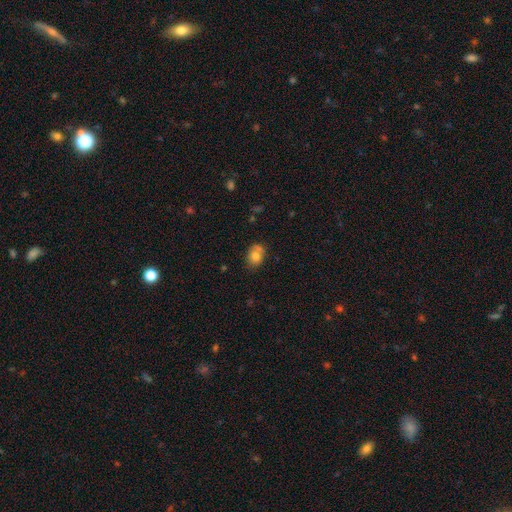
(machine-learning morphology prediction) The model was most divided on "how rounded": in between: 59%, round: 40%, cigar-shaped: 1%. More confident: smooth or featured — smooth (75%); merging — none (50%).